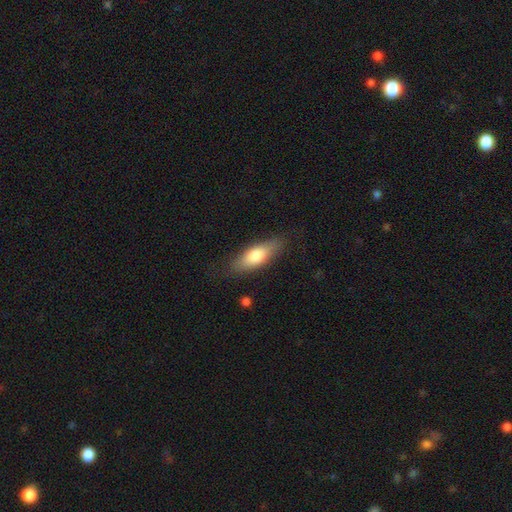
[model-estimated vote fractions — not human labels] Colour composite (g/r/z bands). It shows a smooth galaxy with no disk features (72%) that is in between round and cigar-shaped (64%). Merging: none (79%).